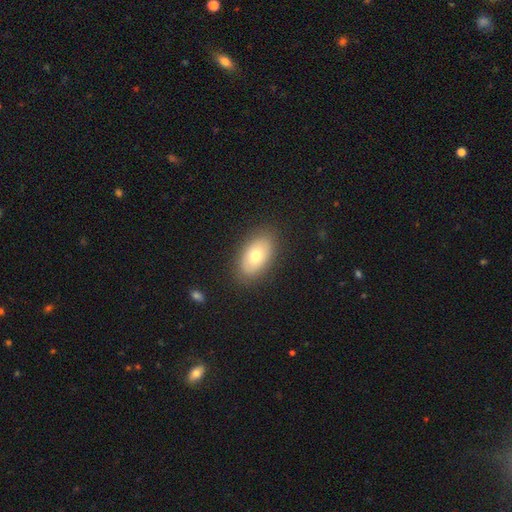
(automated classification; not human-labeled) smooth_or_featured: smooth (p=0.69) [alt: featured or disk p=0.24]
how_rounded: in between (p=0.92) [alt: round p=0.06]
merging: none (p=0.86) [alt: minor disturbance p=0.10]